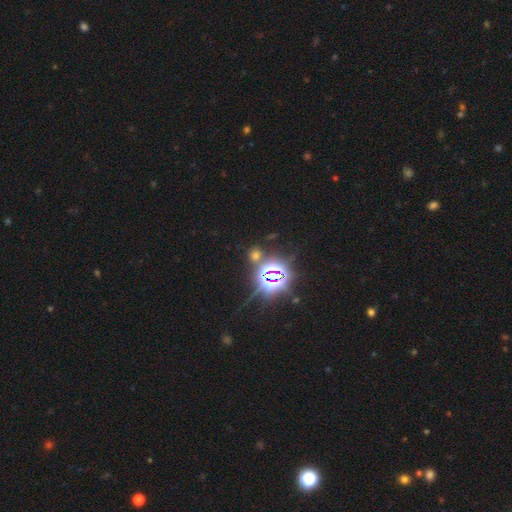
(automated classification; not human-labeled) Smooth or featured? Predicted: star or artifact (p=0.58).